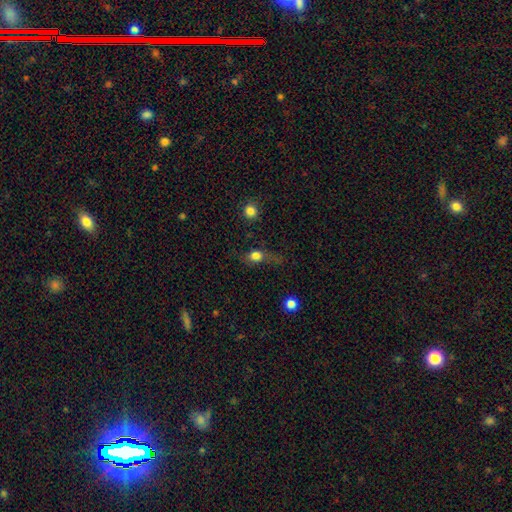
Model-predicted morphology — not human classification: Smooth or featured? smooth (74%)
How rounded? in between (46%, tied with round)
Merging? none (48%)